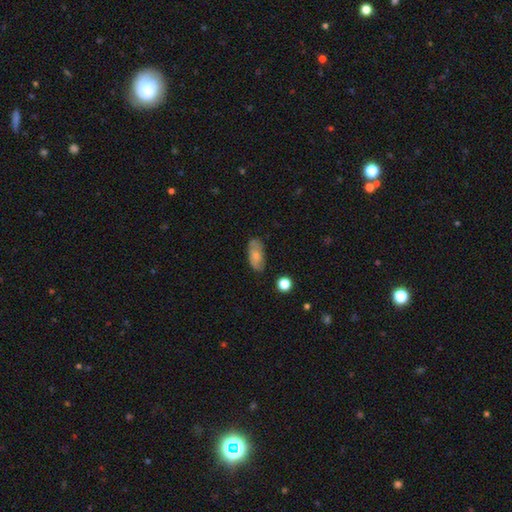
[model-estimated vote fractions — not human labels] This appears to be a smooth galaxy with no disk features (69%) that is in between round and cigar-shaped (89%). Merging: none (75%).